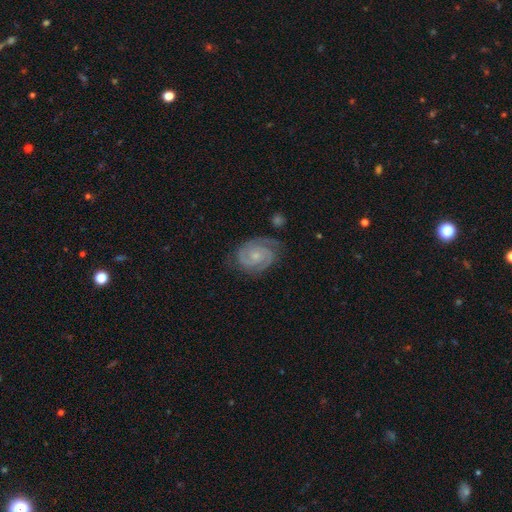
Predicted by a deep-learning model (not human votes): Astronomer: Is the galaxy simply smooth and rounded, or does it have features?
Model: featured or disk — 88%.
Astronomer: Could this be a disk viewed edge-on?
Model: no — 98%.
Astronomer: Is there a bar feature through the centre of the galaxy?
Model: no — 68%.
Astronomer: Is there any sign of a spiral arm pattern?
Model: yes — 98%.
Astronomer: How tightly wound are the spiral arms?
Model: tight — 64%.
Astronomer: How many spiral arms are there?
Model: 2 — 83%.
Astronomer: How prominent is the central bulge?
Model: small — 64%.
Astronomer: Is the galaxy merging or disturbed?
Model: none — 77%.